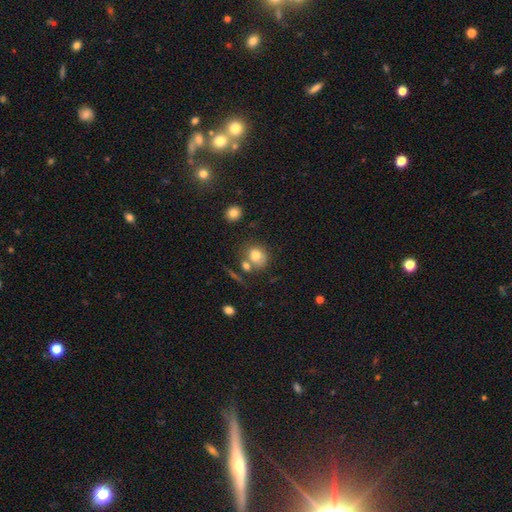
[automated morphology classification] A smooth galaxy with no disk features (74%) that is round (65%). Merging: none (53%).